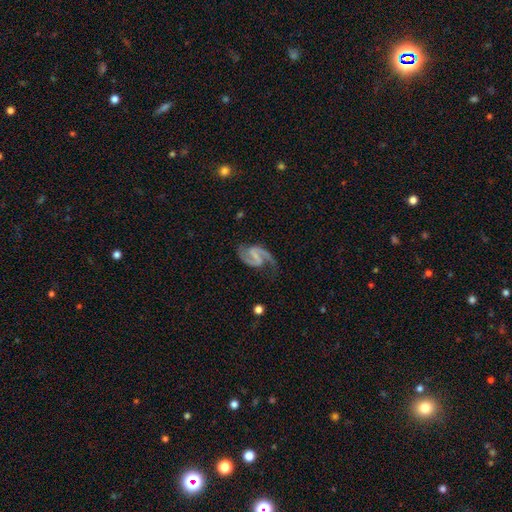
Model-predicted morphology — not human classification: Smooth or featured?
  - featured or disk: 92% *
  - star or artifact: 4%
  - smooth: 4%
Edge-on disk?
  - no: 98% *
  - yes: 2%
Bar?
  - weak: 48% *
  - strong: 35%
  - no: 17%
Spiral arms?
  - yes: 98% *
  - no: 2%
Spiral winding?
  - medium: 60% *
  - loose: 25%
  - tight: 15%
Spiral arm count?
  - 2: 94% *
  - 1: 2%
  - can't tell: 2%
  - 3: 1%
  - 4: 1%
  - more than 4: 1%
Bulge size?
  - small: 48% *
  - none: 36%
  - moderate: 14%
  - large: 1%
  - dominant: 1%
Merging?
  - none: 75% *
  - minor disturbance: 16%
  - major disturbance: 7%
  - merger: 2%